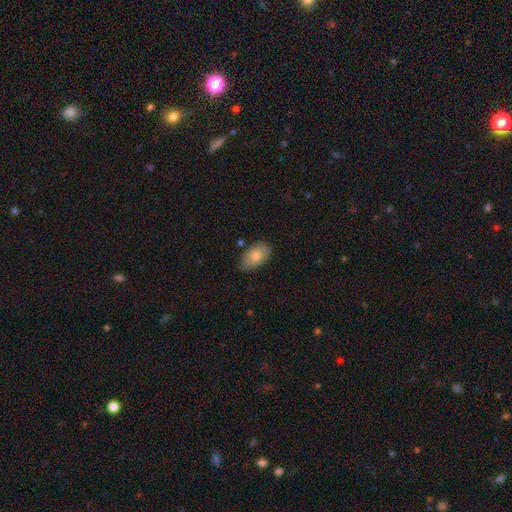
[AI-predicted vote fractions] smooth-or-featured: smooth: 74% | featured or disk: 18% | star or artifact: 7%
  how-rounded: in between: 90% | round: 8% | cigar-shaped: 2%
  merging: none: 70% | minor disturbance: 24% | major disturbance: 3% | merger: 2%